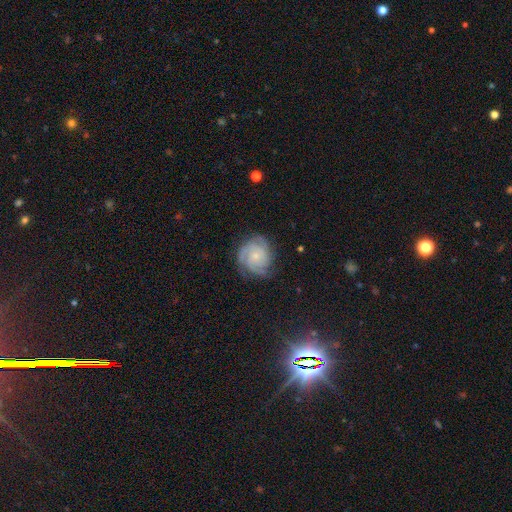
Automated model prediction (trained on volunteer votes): This appears to be a featured or disk galaxy (80%) with no bar (76%), 3 (42%) tight (67%) spiral arms (97%) and a small central bulge (68%). Merging: none (75%).